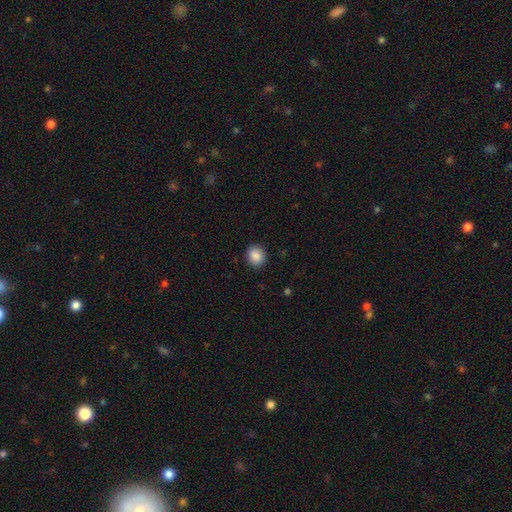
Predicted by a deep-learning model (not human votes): smooth_or_featured: smooth (p=0.88) [alt: star or artifact p=0.09]
how_rounded: round (p=0.78) [alt: in between p=0.21]
merging: none (p=0.90) [alt: minor disturbance p=0.07]